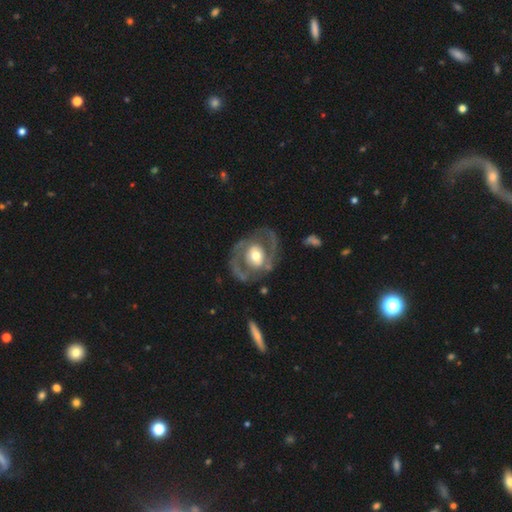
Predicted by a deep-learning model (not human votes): featured or disk 79%, smooth 16%, star or artifact 4%. Down the decision tree: edge-on disk — no (96%); bar — no (54%); spiral arms — yes (71%); spiral arm count — 2 (82%); spiral winding — medium (49%); bulge size — moderate (65%); merging — none (73%).